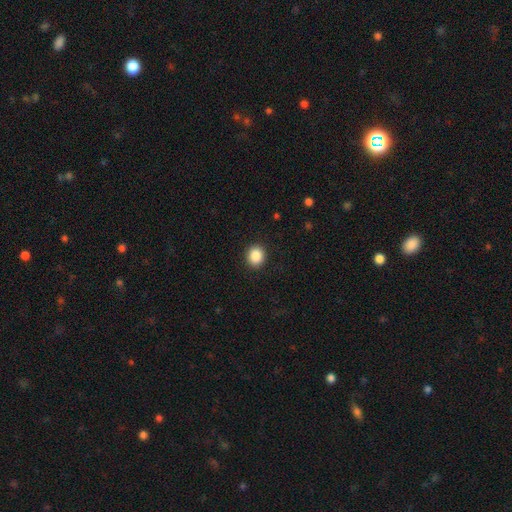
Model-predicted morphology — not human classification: Q: Smooth or featured?
A: smooth (87%); runner-up: star or artifact (9%)
Q: How rounded?
A: round (77%); runner-up: in between (22%)
Q: Merging?
A: none (91%); runner-up: minor disturbance (6%)